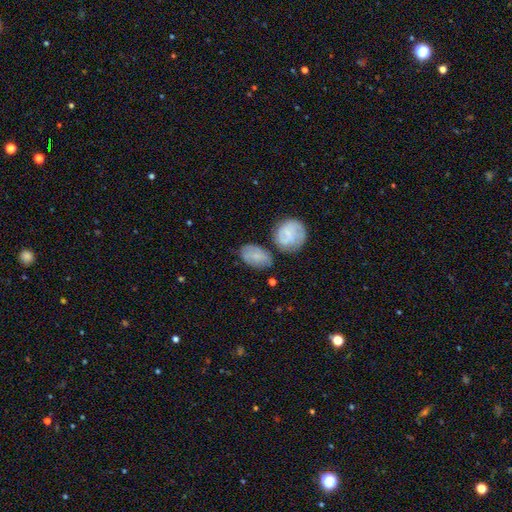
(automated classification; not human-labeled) Smooth or featured?
  - smooth: 61% *
  - featured or disk: 32%
  - star or artifact: 8%
How rounded?
  - in between: 86% *
  - round: 12%
  - cigar-shaped: 2%
Merging?
  - none: 56% *
  - minor disturbance: 21%
  - merger: 16%
  - major disturbance: 7%